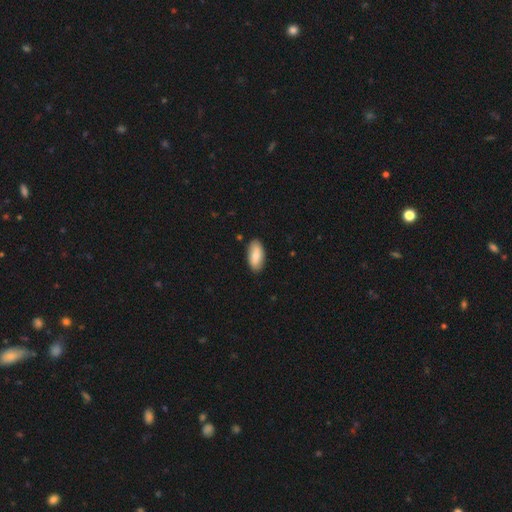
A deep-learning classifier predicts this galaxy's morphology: smooth 77%, featured or disk 17%, star or artifact 6%. Down the decision tree: how rounded — in between (91%); merging — none (87%).